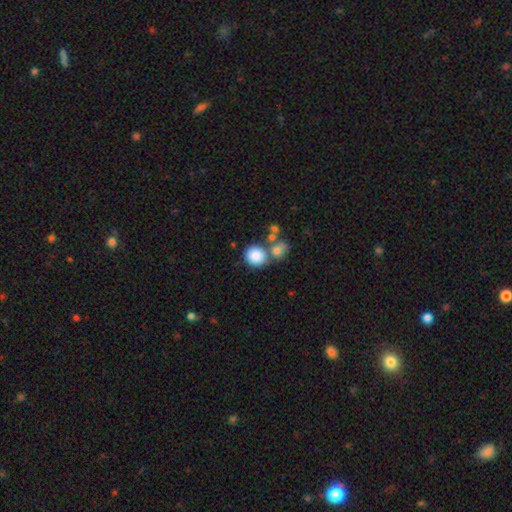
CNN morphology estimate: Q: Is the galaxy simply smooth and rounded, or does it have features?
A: smooth — 84%.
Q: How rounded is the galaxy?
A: round — 84%.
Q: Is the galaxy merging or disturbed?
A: none — 55%.